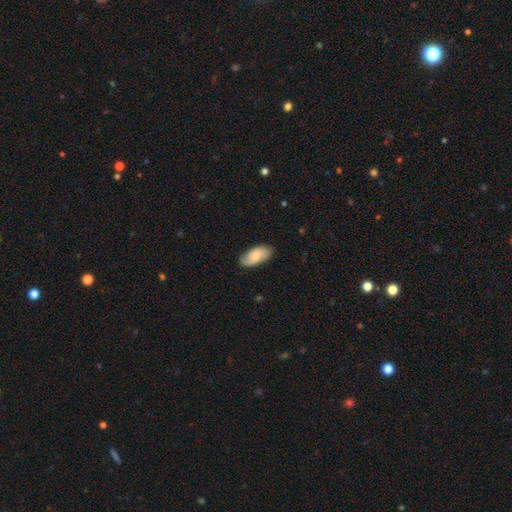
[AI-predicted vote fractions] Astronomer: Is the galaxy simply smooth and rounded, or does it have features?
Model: smooth — 60%.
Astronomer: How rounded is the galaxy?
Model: in between — 93%.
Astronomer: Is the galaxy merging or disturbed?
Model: none — 77%.